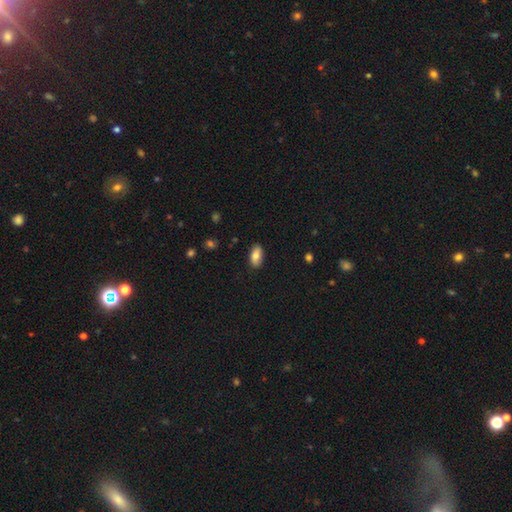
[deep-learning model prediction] Smooth or featured? smooth (78%)
How rounded? in between (91%)
Merging? none (87%)